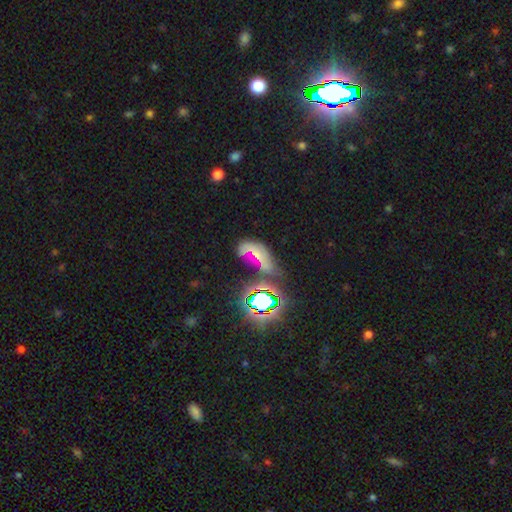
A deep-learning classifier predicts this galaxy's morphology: This appears to be a star or artifact, not a galaxy (43%).